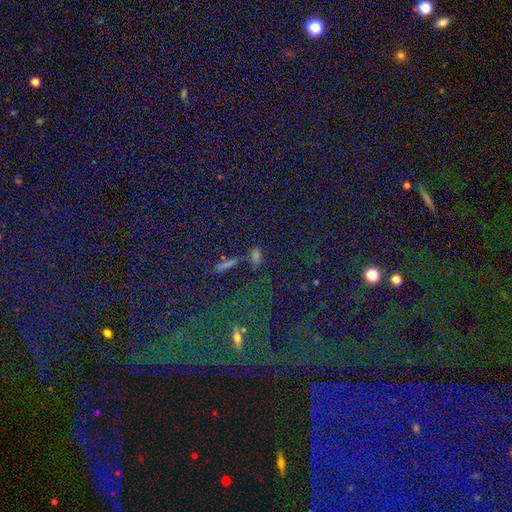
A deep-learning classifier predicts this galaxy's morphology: The model was most divided on "smooth or featured": smooth: 45%, star or artifact: 43%, featured or disk: 12%. More confident: merging — none (65%).